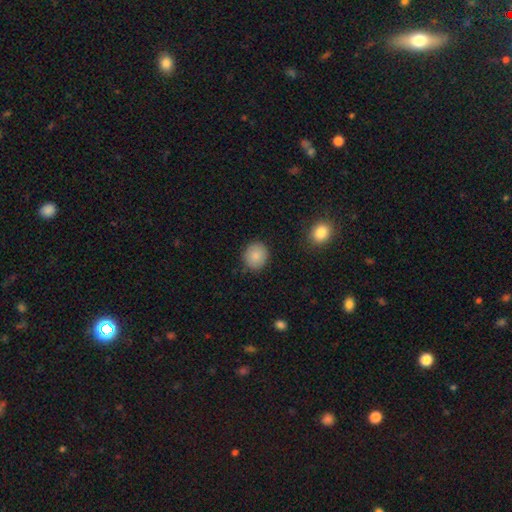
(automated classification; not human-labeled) smooth_or_featured: smooth (p=0.87) [alt: star or artifact p=0.08]
how_rounded: round (p=0.82) [alt: in between p=0.17]
merging: none (p=0.88) [alt: minor disturbance p=0.08]